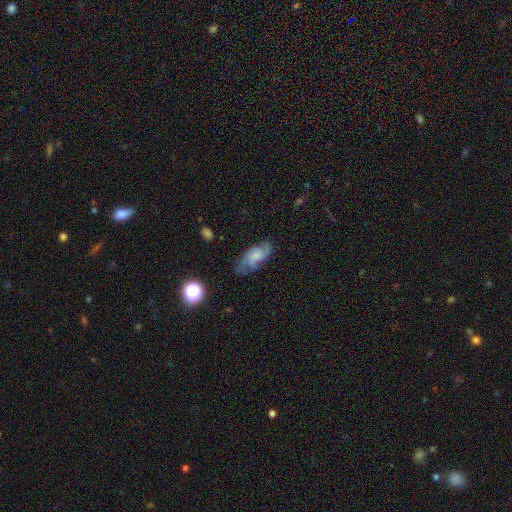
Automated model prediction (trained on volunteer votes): A featured or disk galaxy (55%) with no bar (71%), spiral arms (87%) and a small central bulge (42%).

Vote fractions:
- Smooth or featured? featured or disk: 55% / smooth: 36% / star or artifact: 9%
- Edge-on disk? no: 93% / yes: 7%
- Bar? no: 71% / weak: 25% / strong: 4%
- Spiral arms? yes: 87% / no: 13%
- Bulge size? small: 42% / moderate: 25% / none: 25% / large: 6% / dominant: 2%
- Merging? none: 60% / minor disturbance: 26% / major disturbance: 12% / merger: 2%